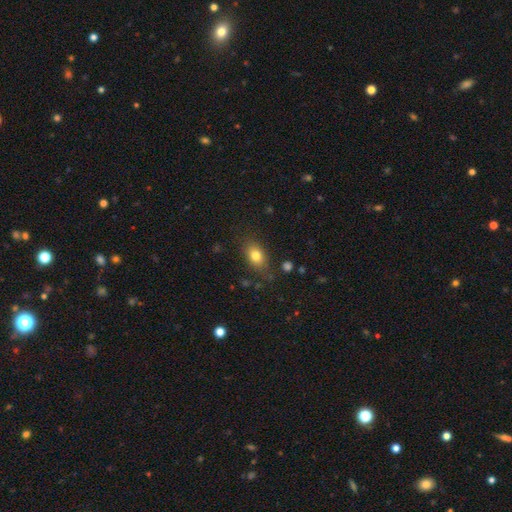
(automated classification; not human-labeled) Smooth or featured? smooth (80%)
How rounded? in between (76%)
Merging? none (78%)